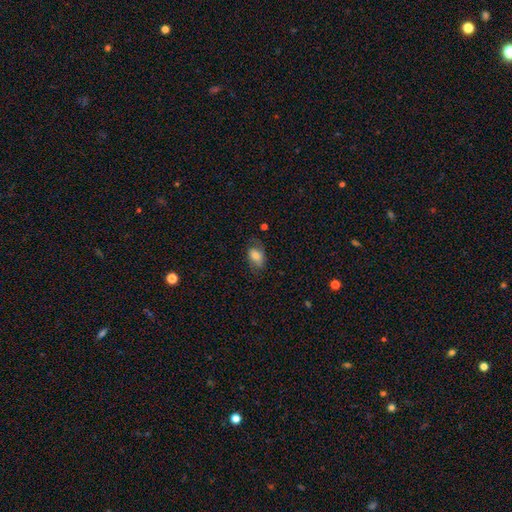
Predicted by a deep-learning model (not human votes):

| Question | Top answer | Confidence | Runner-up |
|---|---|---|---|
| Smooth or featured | smooth | 66% | featured or disk (25%) |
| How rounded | in between | 86% | round (12%) |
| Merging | none | 60% | minor disturbance (25%) |